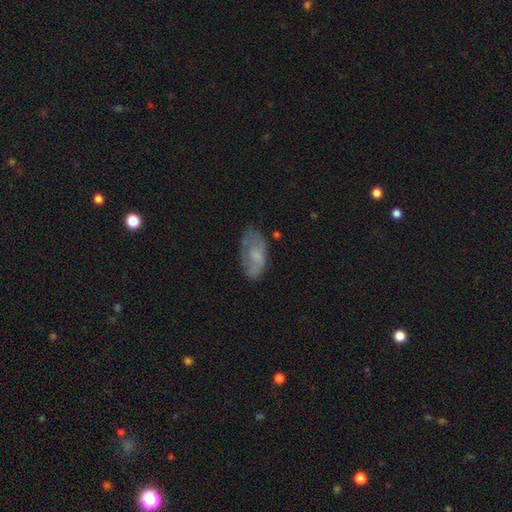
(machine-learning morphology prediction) Overall: smooth (51%; featured or disk 41%). How rounded: in between (92%). Merging: none (57%; minor disturbance 28%).